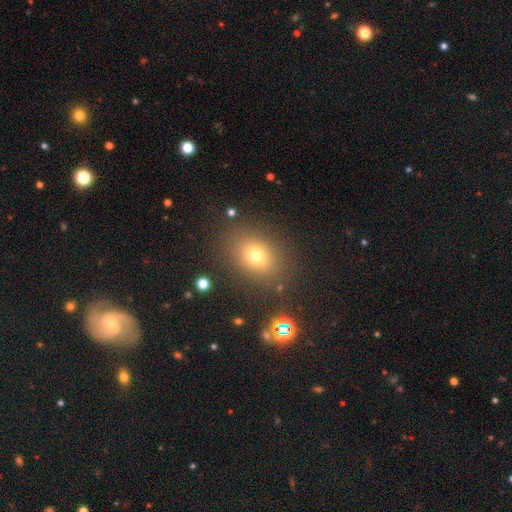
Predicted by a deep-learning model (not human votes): Morphology: type=smooth (71%); roundness=in between (56%); merging=none (83%).